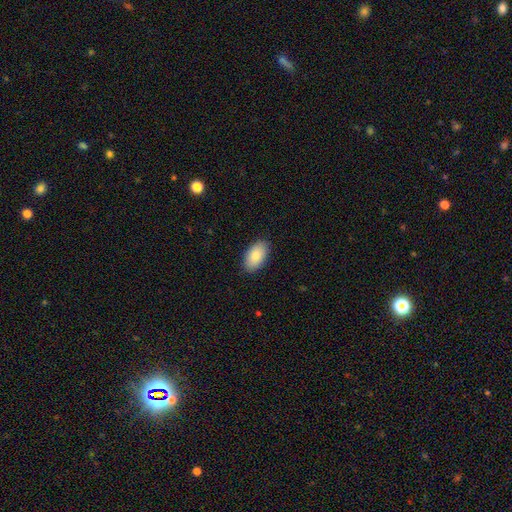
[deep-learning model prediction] The model was most divided on "smooth or featured": smooth: 83%, featured or disk: 10%, star or artifact: 7%. More confident: how rounded — in between (94%); merging — none (88%).